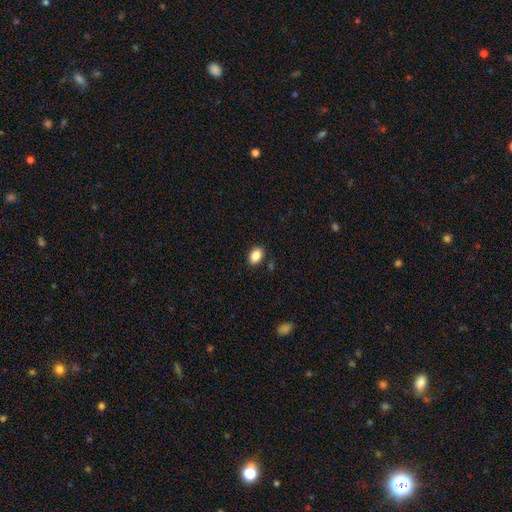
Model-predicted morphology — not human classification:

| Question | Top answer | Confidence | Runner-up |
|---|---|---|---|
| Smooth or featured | smooth | 87% | star or artifact (8%) |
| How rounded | in between | 84% | round (15%) |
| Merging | none | 88% | minor disturbance (8%) |